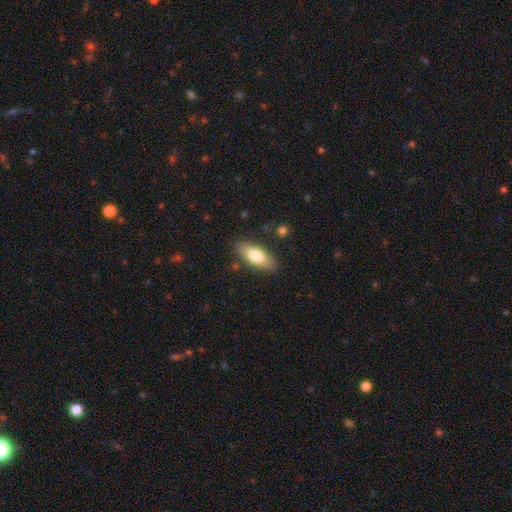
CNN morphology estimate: This is likely a smooth galaxy (74%). How rounded: likely in between (75%). Merging: clearly none (85%).